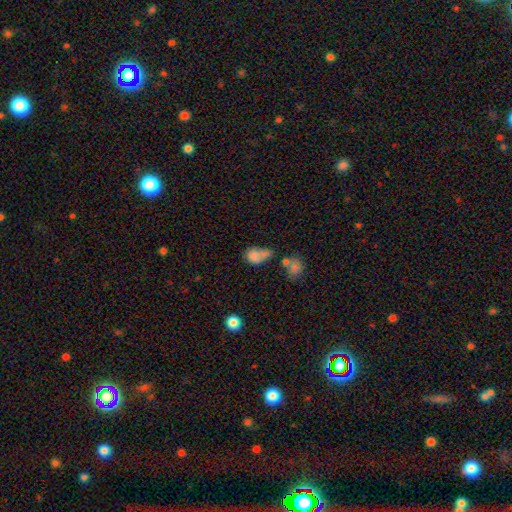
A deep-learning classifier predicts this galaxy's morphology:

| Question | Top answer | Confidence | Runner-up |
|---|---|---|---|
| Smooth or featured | smooth | 71% | featured or disk (17%) |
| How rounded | in between | 71% | round (27%) |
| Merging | merger | 36% | major disturbance (24%) |